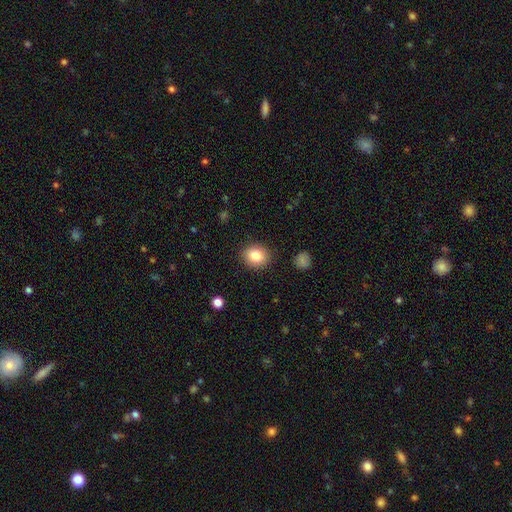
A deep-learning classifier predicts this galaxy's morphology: Smooth or featured?
  - smooth: 83% *
  - star or artifact: 9%
  - featured or disk: 8%
How rounded?
  - round: 73% *
  - in between: 26%
  - cigar-shaped: 1%
Merging?
  - none: 89% *
  - minor disturbance: 7%
  - major disturbance: 2%
  - merger: 1%